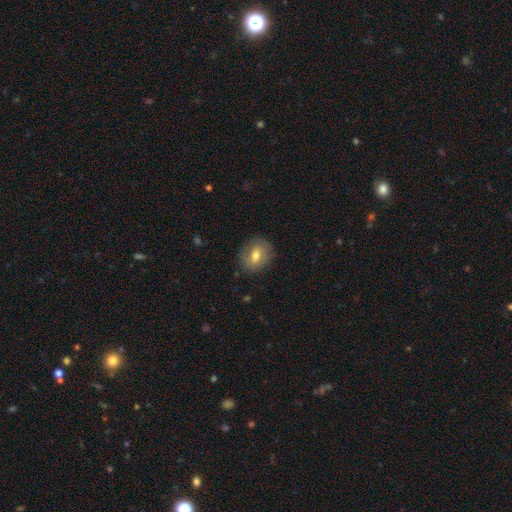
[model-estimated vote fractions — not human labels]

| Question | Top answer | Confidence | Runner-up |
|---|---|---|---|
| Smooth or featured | smooth | 64% | featured or disk (27%) |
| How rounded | round | 53% | in between (46%) |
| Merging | none | 81% | minor disturbance (13%) |